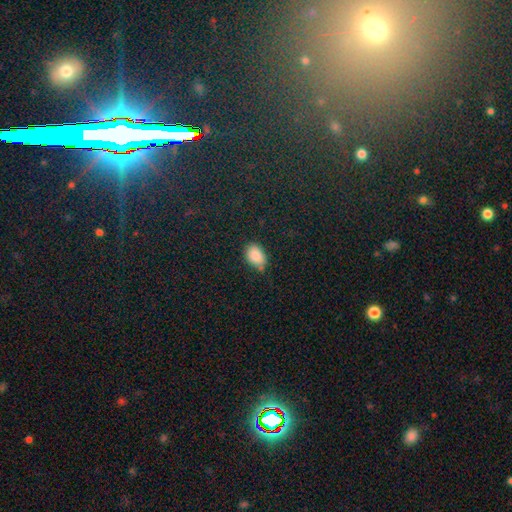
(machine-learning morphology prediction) Overall: smooth (87%). How rounded: in between (82%). Merging: none (69%).